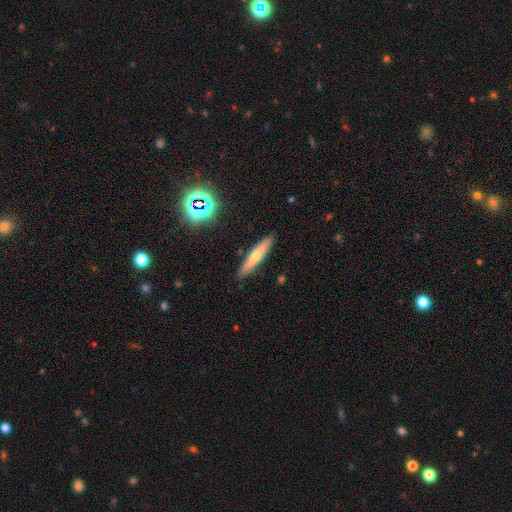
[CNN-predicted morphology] This appears to be a smooth galaxy with no disk features (53%) that is cigar-shaped (88%). Merging: none (90%).